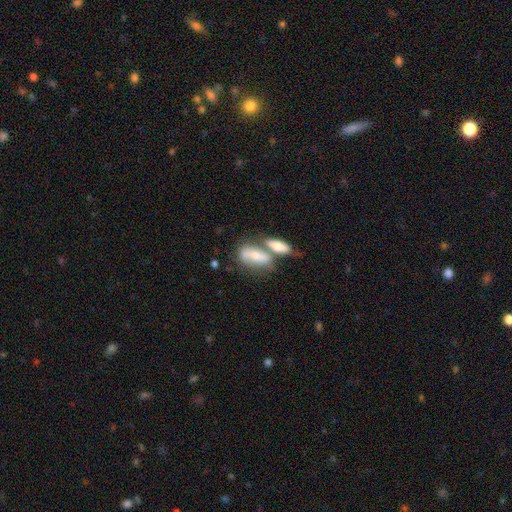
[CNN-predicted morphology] A smooth galaxy with no disk features (64%) that is in between round and cigar-shaped (76%).

Vote fractions:
- Smooth or featured? smooth: 64% / featured or disk: 29% / star or artifact: 7%
- How rounded? in between: 76% / cigar-shaped: 20% / round: 5%
- Merging? merger: 56% / none: 27% / minor disturbance: 11% / major disturbance: 6%